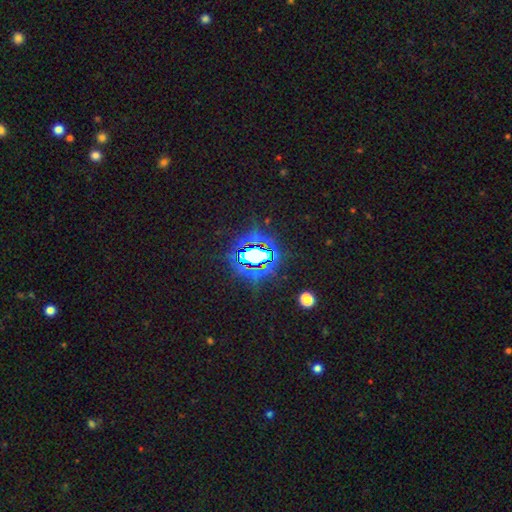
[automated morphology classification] Smooth or featured? Predicted: star or artifact (p=0.74).